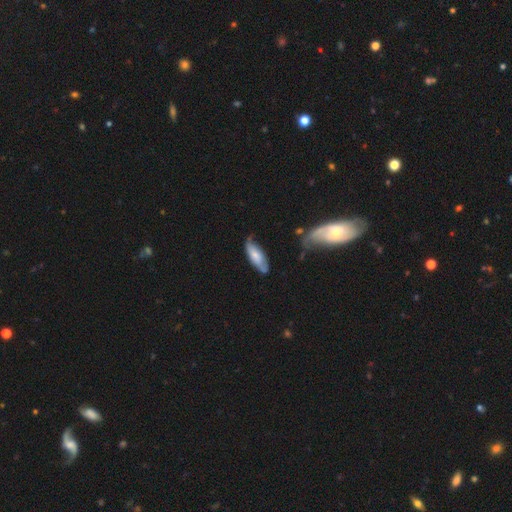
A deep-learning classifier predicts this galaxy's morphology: A smooth galaxy with no disk features (58%) that is in between round and cigar-shaped (68%).

Vote fractions:
- Smooth or featured? smooth: 58% / featured or disk: 36% / star or artifact: 6%
- How rounded? in between: 68% / cigar-shaped: 31% / round: 2%
- Merging? none: 59% / minor disturbance: 29% / major disturbance: 8% / merger: 4%